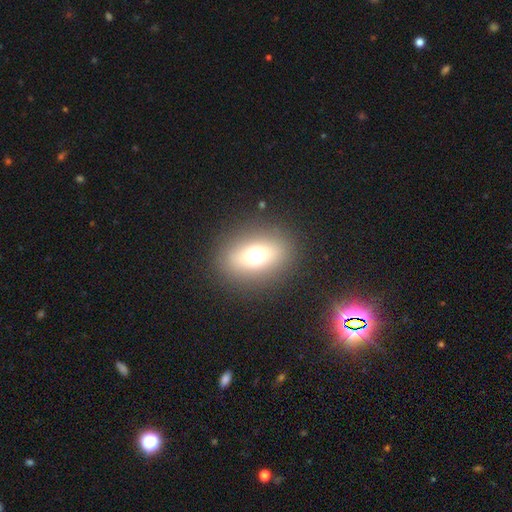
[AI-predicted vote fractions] Smooth or featured? smooth (61%)
How rounded? in between (53%)
Merging? none (87%)